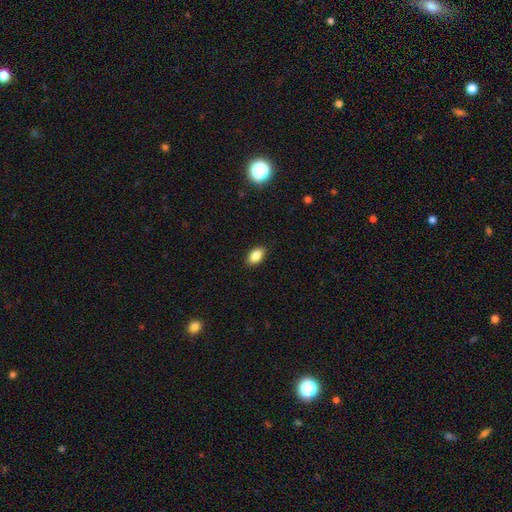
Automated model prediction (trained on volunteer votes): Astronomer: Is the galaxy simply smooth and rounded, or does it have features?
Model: smooth — 87%.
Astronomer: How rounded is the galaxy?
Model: in between — 92%.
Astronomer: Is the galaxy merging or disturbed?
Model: none — 89%.